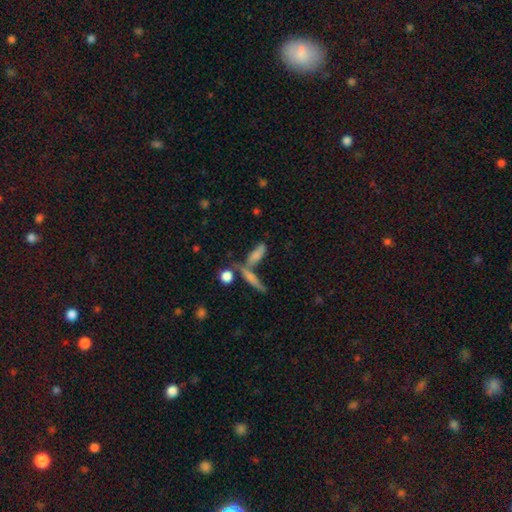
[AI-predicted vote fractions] A smooth galaxy with no disk features (61%) that is cigar-shaped (55%). Merging: merger (39%, tied with none).